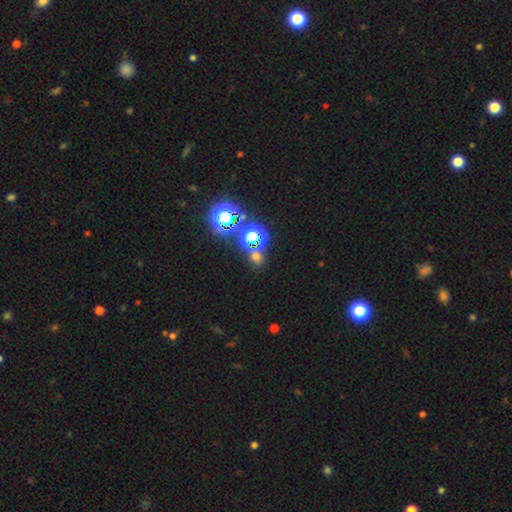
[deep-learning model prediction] The model was most divided on "smooth or featured": star or artifact: 47%, smooth: 46%, featured or disk: 8%.